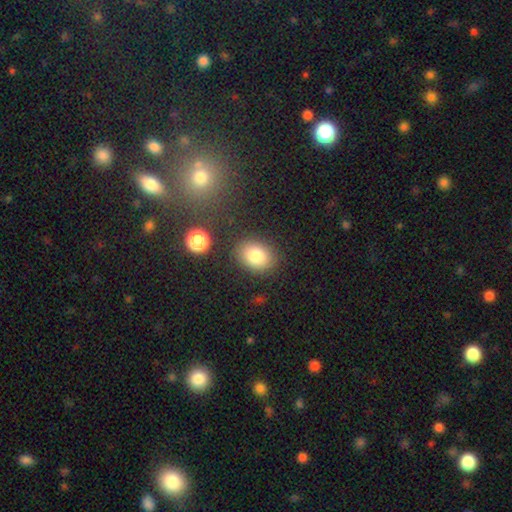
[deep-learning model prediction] A smooth galaxy with no disk features (81%) that is in between round and cigar-shaped (65%).

Vote fractions:
- Smooth or featured? smooth: 81% / star or artifact: 10% / featured or disk: 9%
- How rounded? in between: 65% / round: 34% / cigar-shaped: 1%
- Merging? none: 84% / minor disturbance: 10% / major disturbance: 3% / merger: 3%